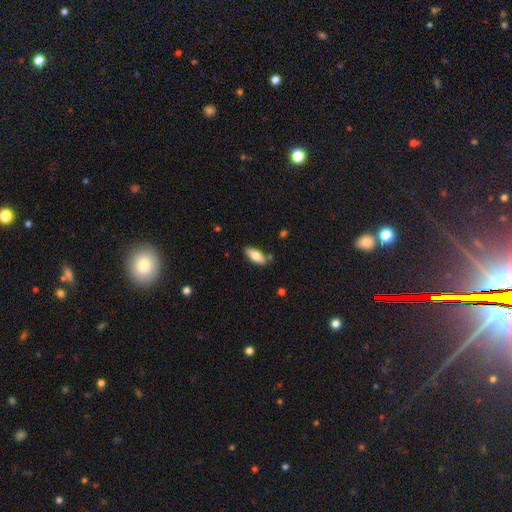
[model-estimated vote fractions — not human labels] smooth 77%, featured or disk 17%, star or artifact 6%. Down the decision tree: how rounded — in between (79%); merging — none (78%).